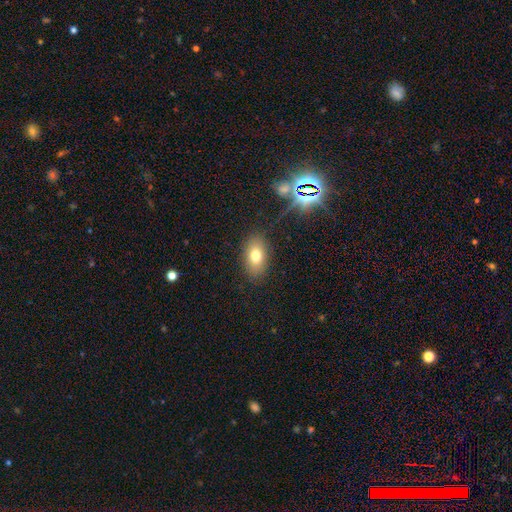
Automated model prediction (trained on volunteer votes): smooth_or_featured: smooth (p=0.74) [alt: featured or disk p=0.14]
how_rounded: in between (p=0.88) [alt: round p=0.10]
merging: none (p=0.85) [alt: minor disturbance p=0.10]